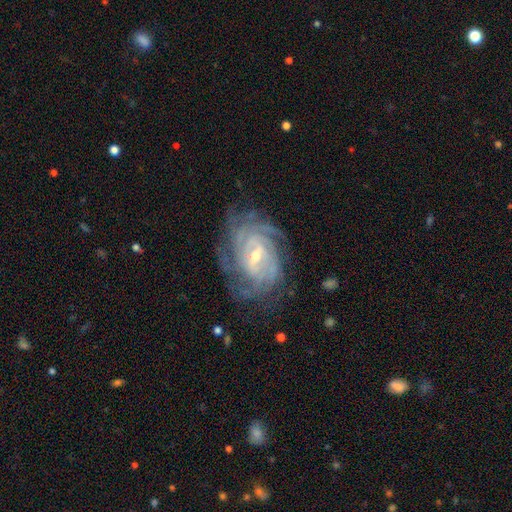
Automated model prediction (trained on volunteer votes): This is clearly a featured or disk galaxy (89%). It is clearly not viewed edge-on (97%). Bar: possibly weak (53%). Spiral arm pattern: clearly yes (97%). Spiral arm count: marginally can't tell (30%). Spiral winding: likely tight (71%). Central bulge: possibly small (59%). Merging: likely none (73%).